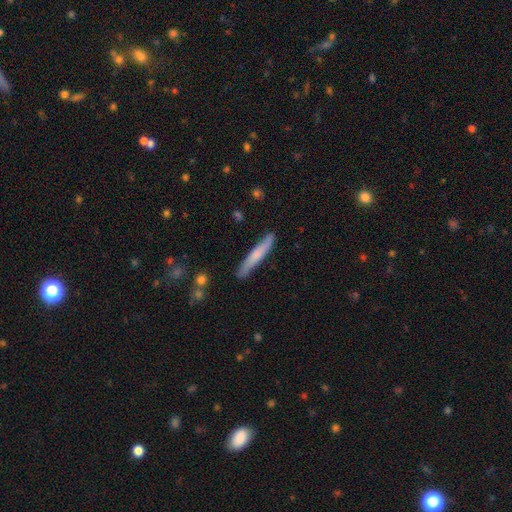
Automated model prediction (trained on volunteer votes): Overall: smooth (61%; featured or disk 34%). How rounded: cigar-shaped (94%). Merging: none (86%).